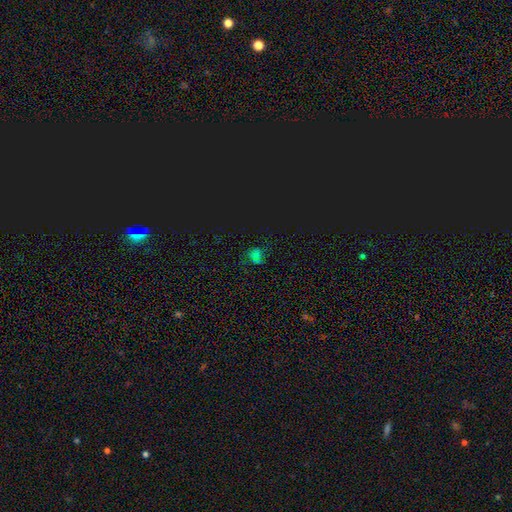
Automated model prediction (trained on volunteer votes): Smooth or featured?
  - star or artifact: 51% *
  - smooth: 34%
  - featured or disk: 14%